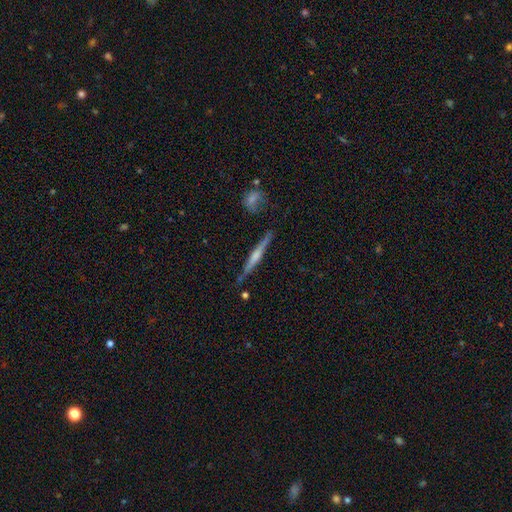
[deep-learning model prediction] Q: Smooth or featured?
A: featured or disk (64%); runner-up: smooth (30%)
Q: Edge-on disk?
A: yes (97%); runner-up: no (3%)
Q: Edge-on bulge?
A: rounded (60%); runner-up: none (22%)
Q: Merging?
A: none (82%); runner-up: minor disturbance (12%)